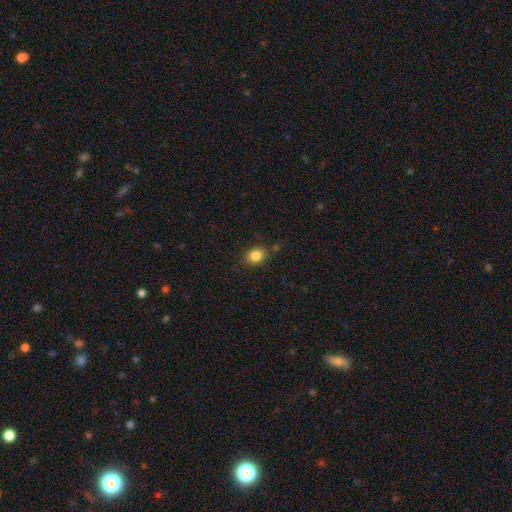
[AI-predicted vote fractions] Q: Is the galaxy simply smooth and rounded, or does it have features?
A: smooth — 85%.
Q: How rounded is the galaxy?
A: in between — 53%.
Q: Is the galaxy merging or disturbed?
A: none — 80%.